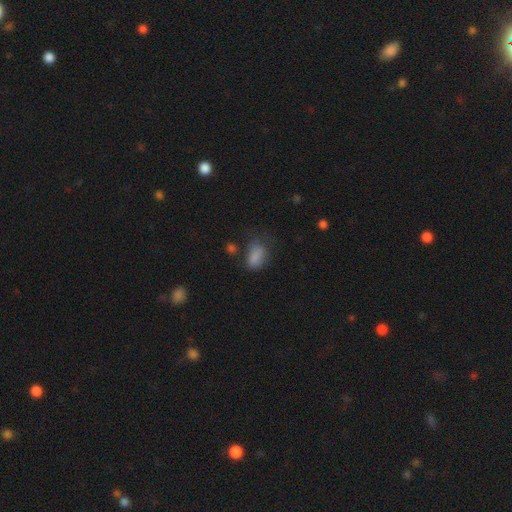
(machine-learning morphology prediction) This is clearly a smooth galaxy (82%). How rounded: clearly in between (86%). Merging: possibly none (47%).